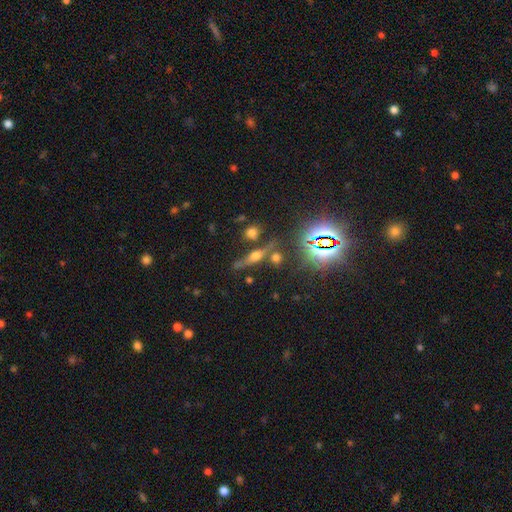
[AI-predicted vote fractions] This is possibly a featured or disk galaxy (46%). Merging: likely none (69%).